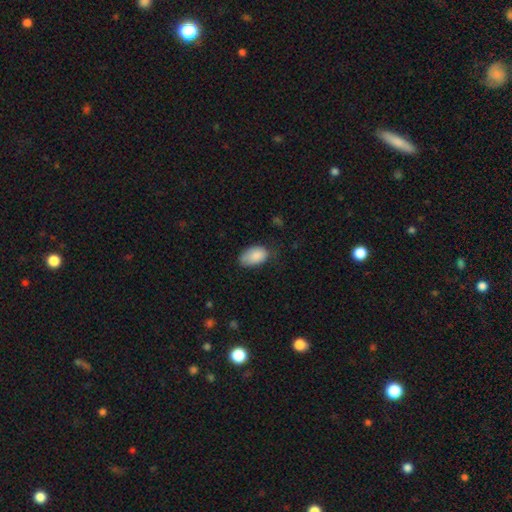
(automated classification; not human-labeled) Overall: smooth (87%). How rounded: in between (93%). Merging: none (59%; minor disturbance 31%).